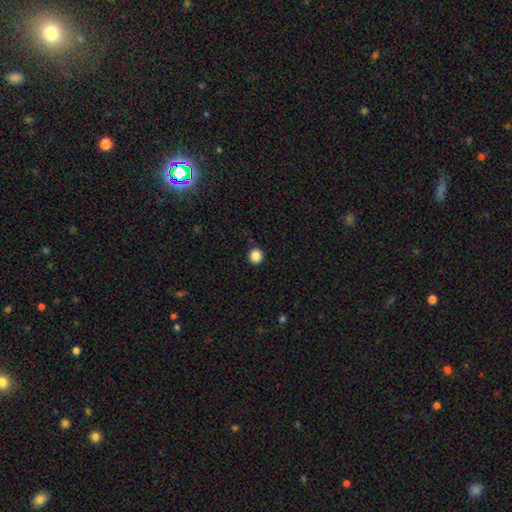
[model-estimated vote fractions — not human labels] smooth 86%, star or artifact 10%, featured or disk 3%. Down the decision tree: how rounded — round (93%); merging — none (91%).